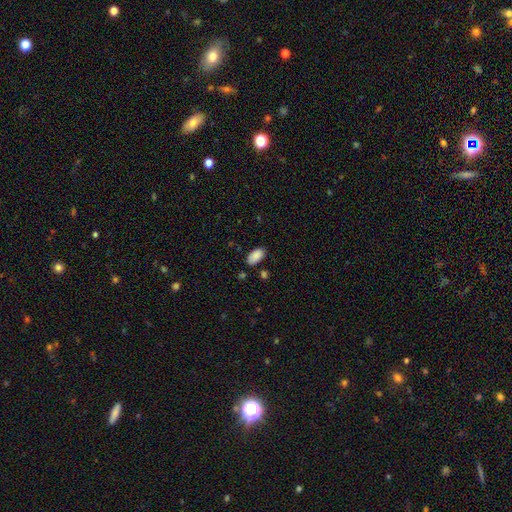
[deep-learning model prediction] Smooth or featured? Predicted: smooth (p=0.88). How rounded? Predicted: in between (p=0.95). Merging? Predicted: none (p=0.79).